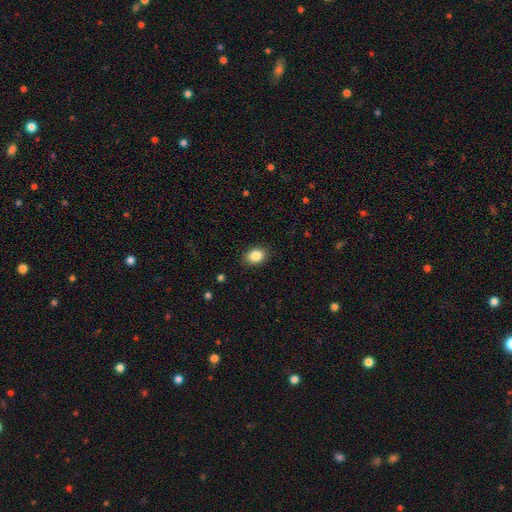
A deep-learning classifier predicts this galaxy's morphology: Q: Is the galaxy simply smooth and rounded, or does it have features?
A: smooth — 87%.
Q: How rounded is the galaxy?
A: in between — 67%.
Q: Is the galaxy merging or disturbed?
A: none — 88%.